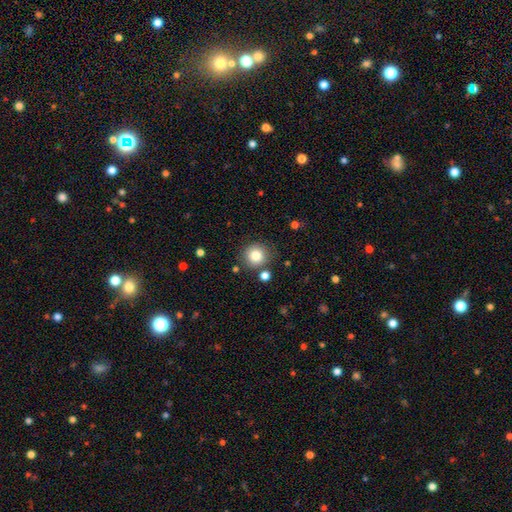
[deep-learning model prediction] A smooth galaxy with no disk features (81%) that is round (93%). Merging: none (83%).